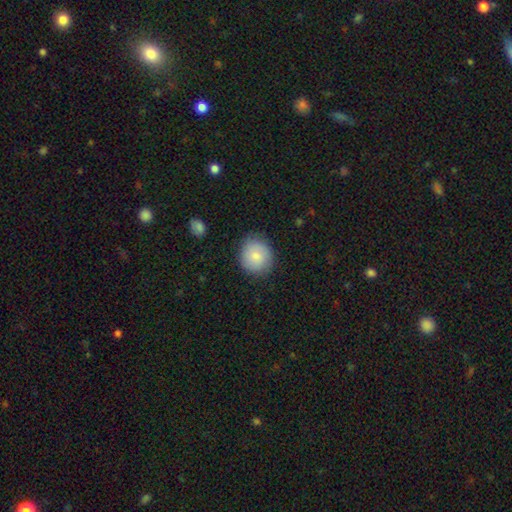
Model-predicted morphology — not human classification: This is clearly a smooth galaxy (83%). How rounded: likely round (79%). Merging: clearly none (81%).